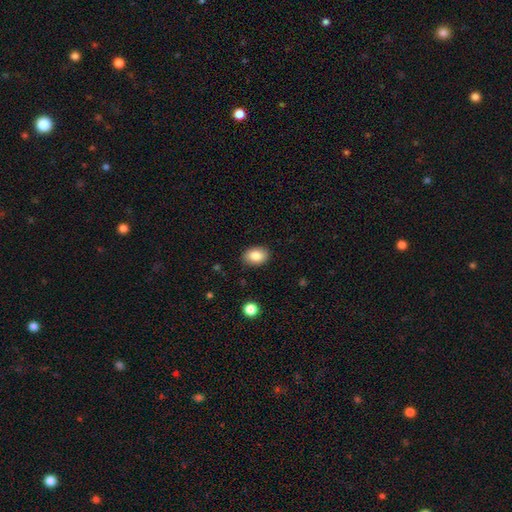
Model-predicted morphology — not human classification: type=smooth (84%); roundness=in between (79%); merging=none (87%).